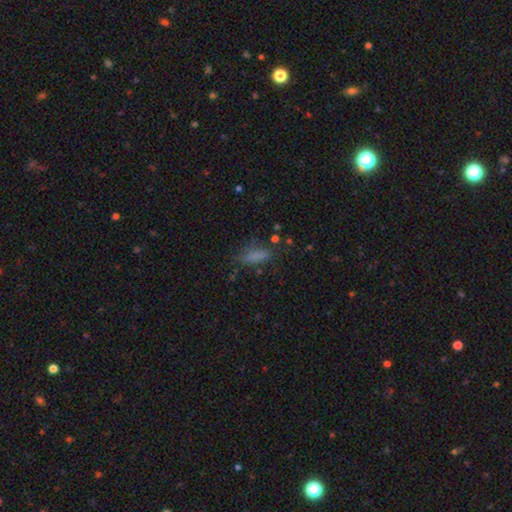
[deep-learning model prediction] Smooth or featured? Predicted: smooth (p=0.74). How rounded? Predicted: in between (p=0.57). Merging? Predicted: none (p=0.61).